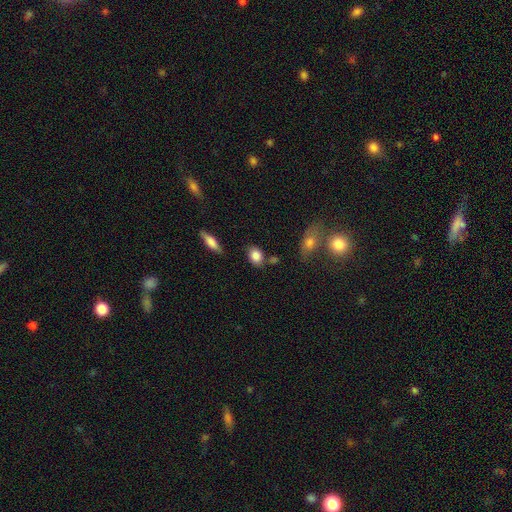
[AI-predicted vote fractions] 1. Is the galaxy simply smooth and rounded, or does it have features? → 84% smooth, 8% star or artifact, 8% featured or disk.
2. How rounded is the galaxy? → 69% in between, 29% round, 2% cigar-shaped.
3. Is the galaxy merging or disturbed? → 74% none, 16% minor disturbance, 7% merger, 4% major disturbance.